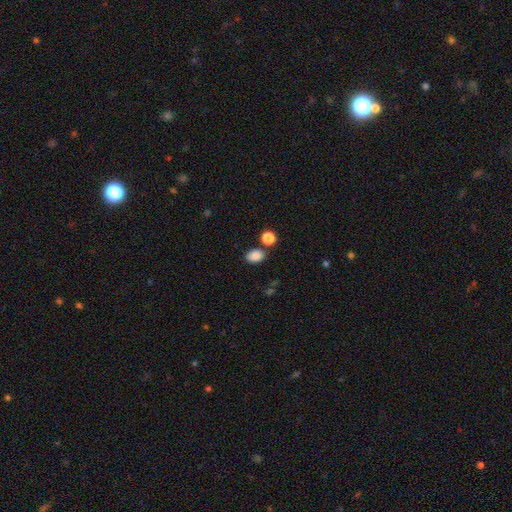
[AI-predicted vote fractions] smooth_or_featured: smooth (p=0.85) [alt: star or artifact p=0.10]
how_rounded: in between (p=0.73) [alt: round p=0.26]
merging: none (p=0.76) [alt: minor disturbance p=0.10]